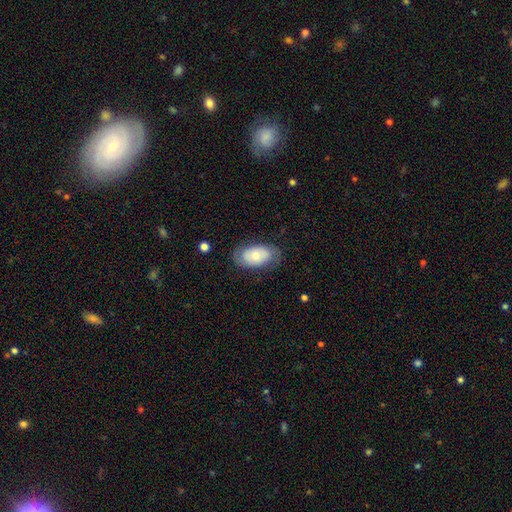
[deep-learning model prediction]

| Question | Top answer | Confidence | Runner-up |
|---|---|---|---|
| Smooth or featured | smooth | 61% | featured or disk (33%) |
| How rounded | in between | 93% | round (5%) |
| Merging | none | 71% | minor disturbance (21%) |